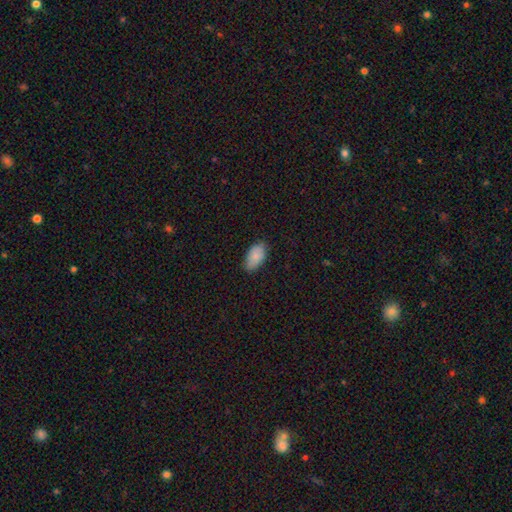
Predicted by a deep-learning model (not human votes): smooth_or_featured: smooth (p=0.86) [alt: featured or disk p=0.07]
how_rounded: in between (p=0.95) [alt: round p=0.03]
merging: none (p=0.80) [alt: minor disturbance p=0.17]